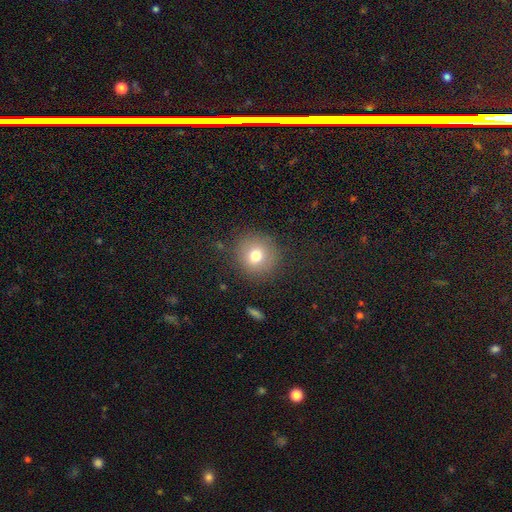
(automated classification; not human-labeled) A smooth galaxy with no disk features (75%) that is round (91%).

Vote fractions:
- Smooth or featured? smooth: 75% / featured or disk: 13% / star or artifact: 12%
- How rounded? round: 91% / in between: 8% / cigar-shaped: 1%
- Merging? none: 86% / minor disturbance: 9% / major disturbance: 4% / merger: 1%